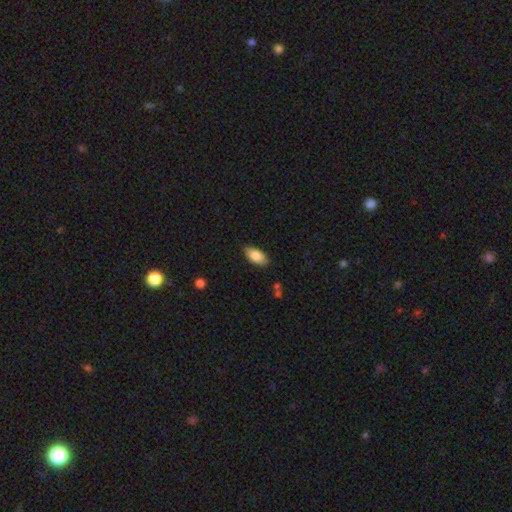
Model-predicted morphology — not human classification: This appears to be a smooth galaxy with no disk features (85%) that is in between round and cigar-shaped (91%). Merging: none (85%).